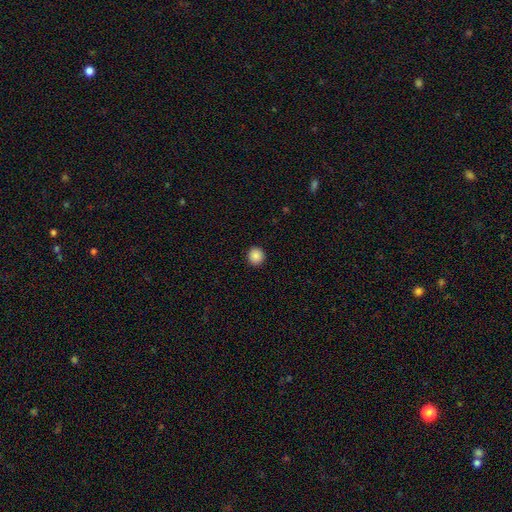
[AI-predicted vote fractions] Q: Smooth or featured?
A: smooth (88%); runner-up: star or artifact (9%)
Q: How rounded?
A: round (90%); runner-up: in between (9%)
Q: Merging?
A: none (93%); runner-up: minor disturbance (5%)